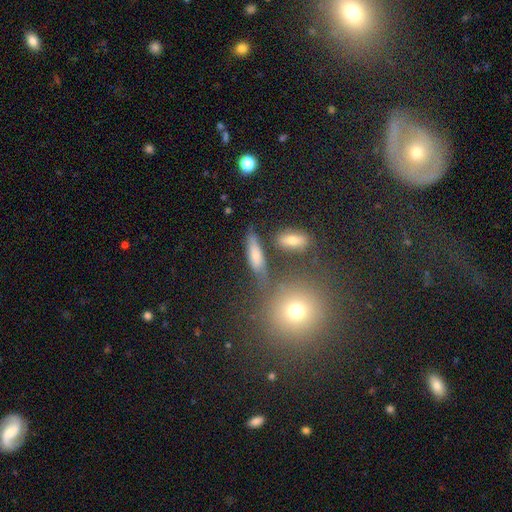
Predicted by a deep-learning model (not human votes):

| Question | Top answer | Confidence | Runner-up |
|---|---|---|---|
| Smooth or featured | smooth | 64% | featured or disk (24%) |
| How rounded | cigar-shaped | 50% | in between (43%) |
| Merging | none | 61% | minor disturbance (19%) |